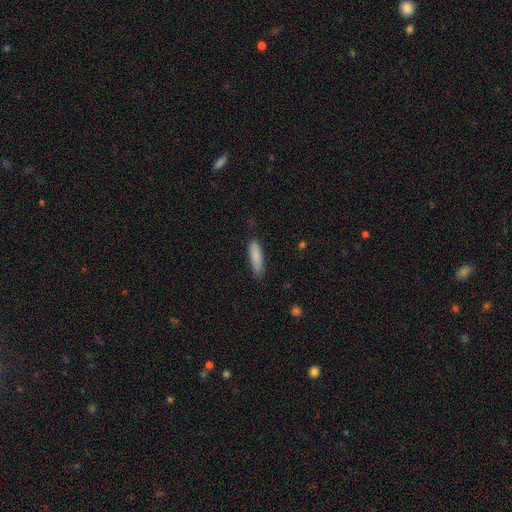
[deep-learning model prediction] smooth 86%, featured or disk 8%, star or artifact 6%. Down the decision tree: how rounded — cigar-shaped (63%); merging — none (79%).